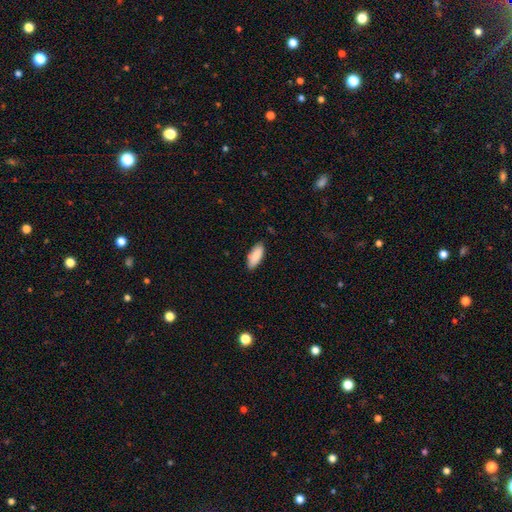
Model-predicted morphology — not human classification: smooth_or_featured: smooth (p=0.89) [alt: star or artifact p=0.06]
how_rounded: in between (p=0.80) [alt: cigar-shaped p=0.18]
merging: none (p=0.85) [alt: minor disturbance p=0.12]